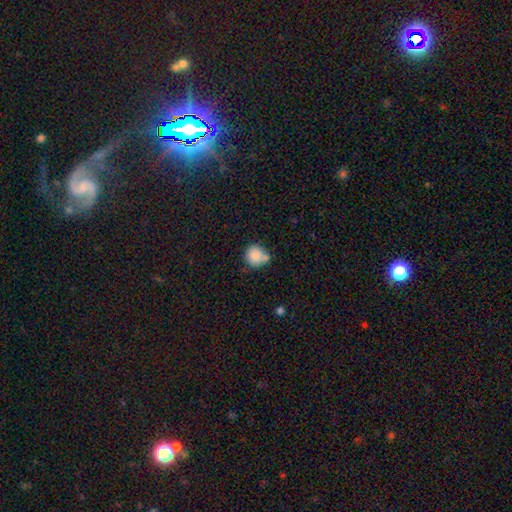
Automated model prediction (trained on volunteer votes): The model was most divided on "merging": none: 60%, merger: 19%, minor disturbance: 17%, major disturbance: 4%. More confident: how rounded — round (90%); smooth or featured — smooth (85%).